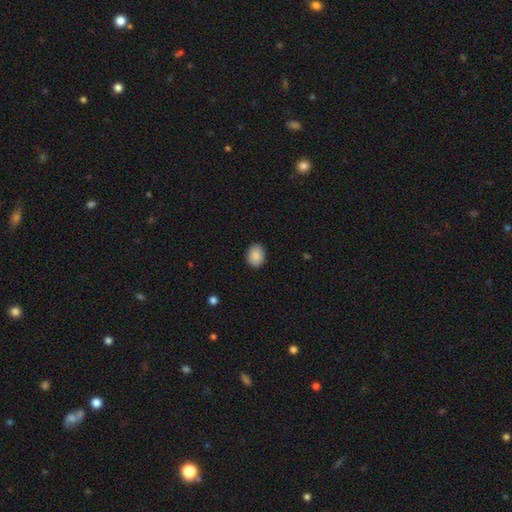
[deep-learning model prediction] Smooth or featured: smooth — 89% (star or artifact — 7%)
How rounded: in between — 53% (round — 46%)
Merging: none — 89% (minor disturbance — 8%)